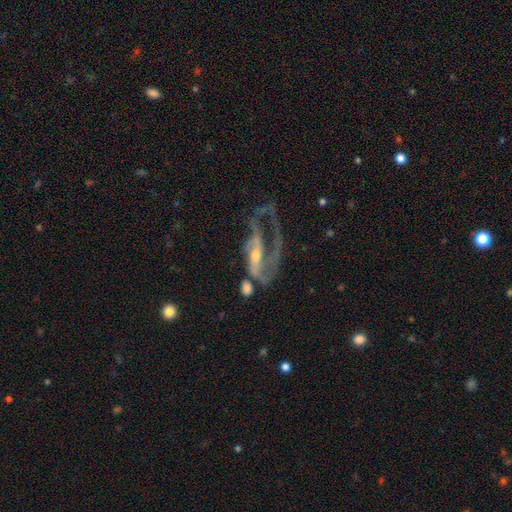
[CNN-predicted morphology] Overall: featured or disk (83%). Edge-on disk: no (92%). Bar: no (38%; weak 34%). Spiral arms: yes (86%). Spiral arm count: 2 (41%; 1 33%). Spiral winding: loose (46%; medium 38%). Bulge size: small (54%; moderate 38%). Merging: major disturbance (51%; none 25%).